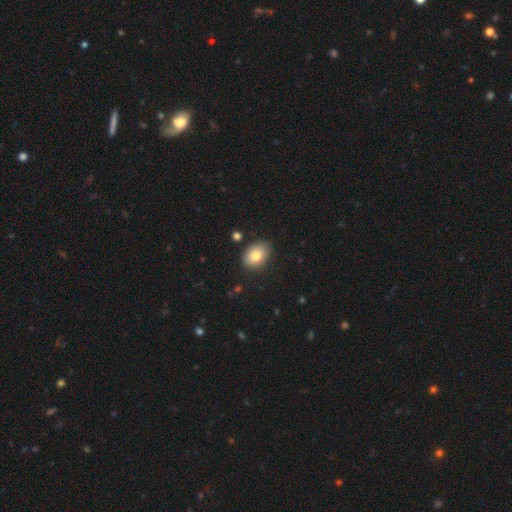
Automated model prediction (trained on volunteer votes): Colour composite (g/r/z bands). It shows a smooth galaxy with no disk features (81%) that is in between round and cigar-shaped (76%). Merging: none (84%).